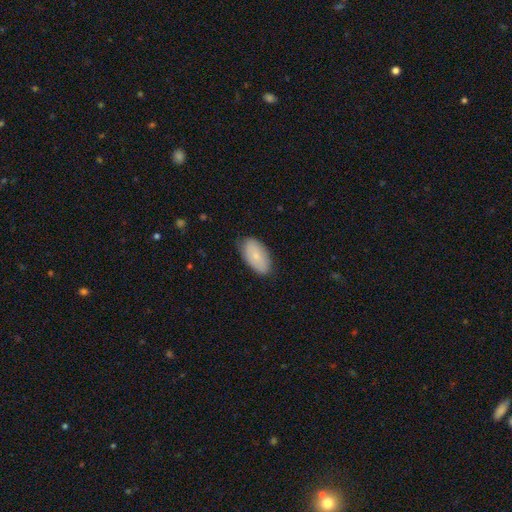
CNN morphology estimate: Smooth or featured: smooth — 78% (featured or disk — 16%)
How rounded: in between — 95% (round — 3%)
Merging: none — 79% (minor disturbance — 17%)